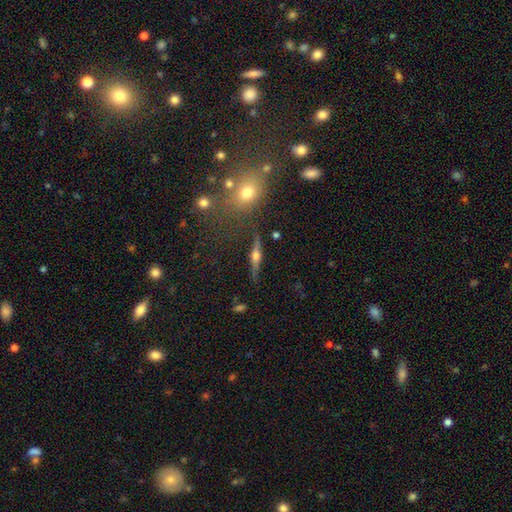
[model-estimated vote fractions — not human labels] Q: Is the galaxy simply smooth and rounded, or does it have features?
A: featured or disk — 75%.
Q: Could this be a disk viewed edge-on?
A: yes — 95%.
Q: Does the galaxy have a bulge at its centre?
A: rounded — 94%.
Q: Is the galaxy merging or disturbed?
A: none — 81%.